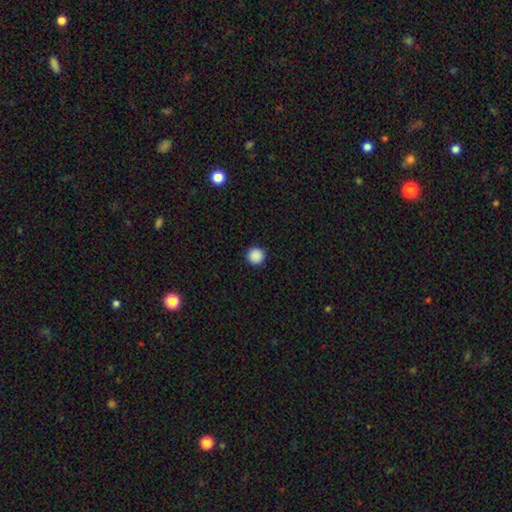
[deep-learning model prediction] Smooth or featured? smooth (88%)
How rounded? round (96%)
Merging? none (93%)